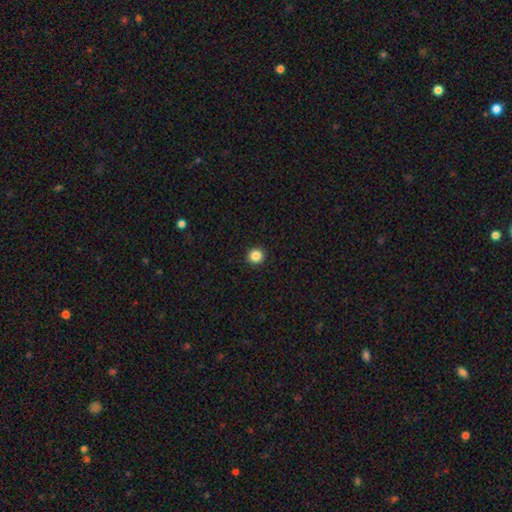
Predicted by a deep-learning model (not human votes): Smooth or featured? Predicted: smooth (p=0.86). How rounded? Predicted: round (p=0.94). Merging? Predicted: none (p=0.94).